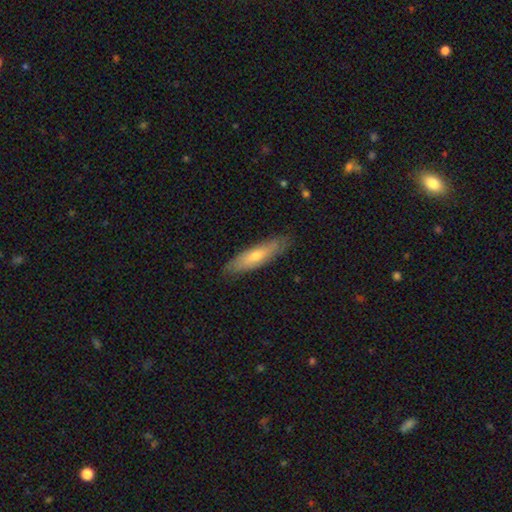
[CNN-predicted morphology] This appears to be a smooth galaxy with no disk features (53%) that is cigar-shaped (68%). Merging: none (83%).